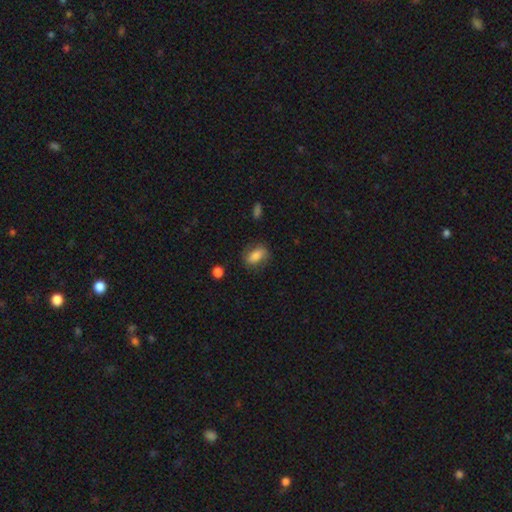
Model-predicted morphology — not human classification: This is likely a smooth galaxy (77%). How rounded: clearly in between (83%). Merging: likely none (74%).